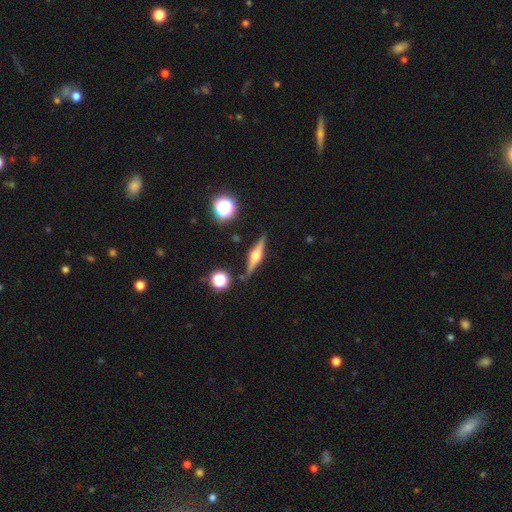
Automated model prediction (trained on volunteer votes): This is likely a featured or disk galaxy (76%). It is clearly viewed edge-on (97%). Edge-on bulge: clearly rounded (92%). Merging: clearly none (87%).